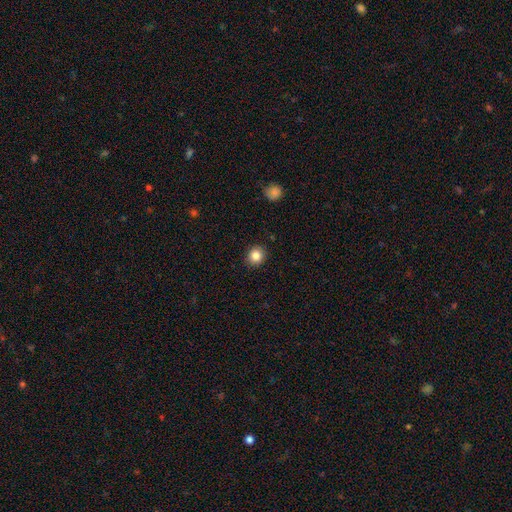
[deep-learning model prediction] Smooth or featured?
  - smooth: 85% *
  - star or artifact: 10%
  - featured or disk: 5%
How rounded?
  - round: 84% *
  - in between: 15%
  - cigar-shaped: 1%
Merging?
  - none: 90% *
  - minor disturbance: 7%
  - major disturbance: 2%
  - merger: 1%